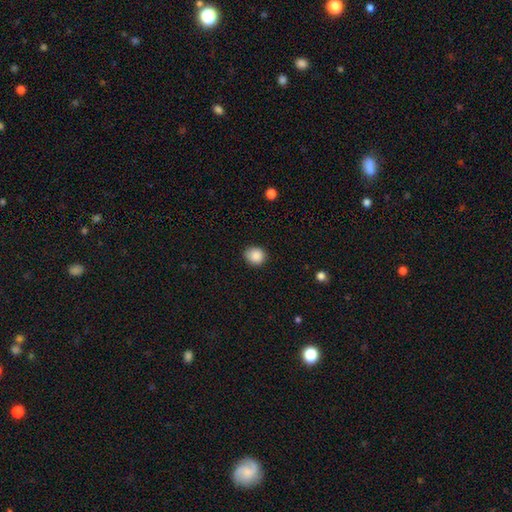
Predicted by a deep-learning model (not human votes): Smooth or featured: smooth — 88% (star or artifact — 9%)
How rounded: round — 80% (in between — 19%)
Merging: none — 87% (minor disturbance — 10%)